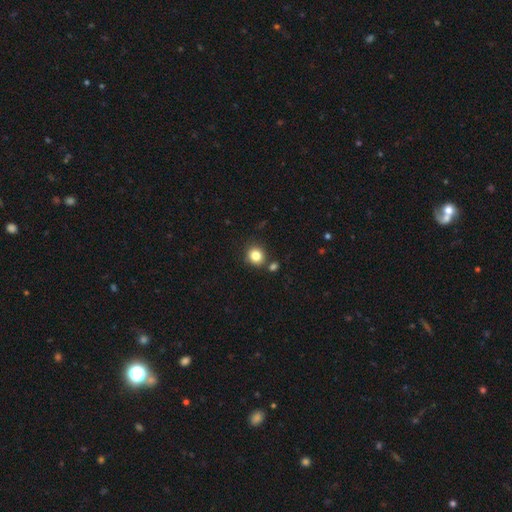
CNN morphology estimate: smooth_or_featured: smooth (p=0.84) [alt: star or artifact p=0.11]
how_rounded: round (p=0.84) [alt: in between p=0.15]
merging: none (p=0.78) [alt: merger p=0.10]